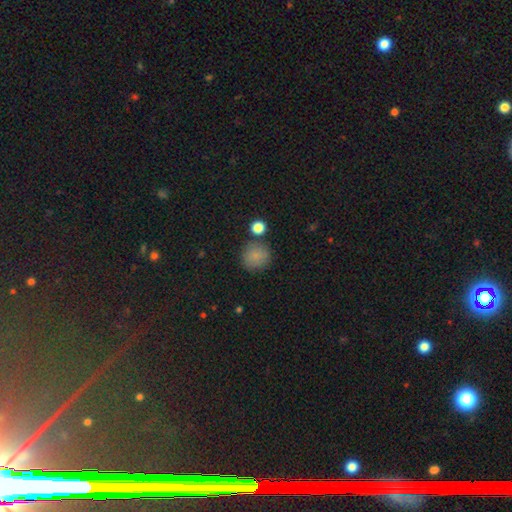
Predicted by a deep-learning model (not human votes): smooth 83%, star or artifact 10%, featured or disk 7%. Down the decision tree: how rounded — round (91%); merging — none (77%).